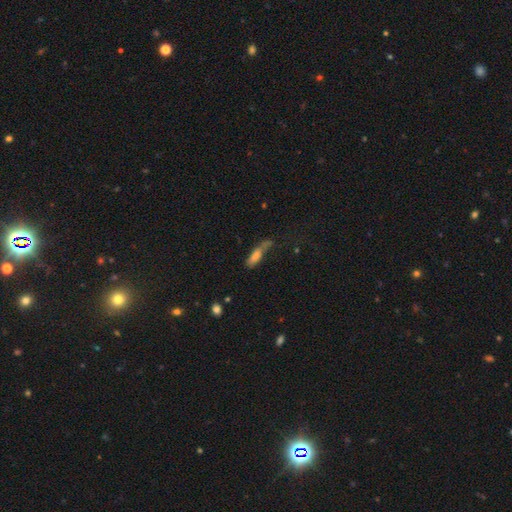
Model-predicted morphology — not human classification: This is likely a smooth galaxy (63%). How rounded: possibly in between (48%, tied with cigar-shaped). Merging: marginally none (36%).